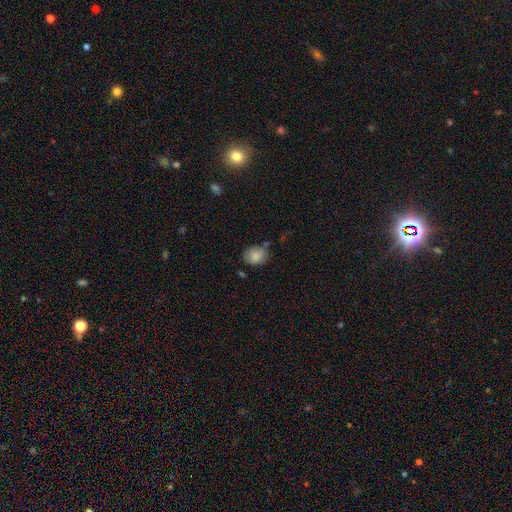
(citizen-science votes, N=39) A smooth galaxy with no disk features (87%) that is round (71%).

Vote fractions:
- Smooth or featured? smooth: 87% / featured or disk: 8% / star or artifact: 5%
- How rounded? round: 71% / in between: 29% / cigar-shaped: 0%
- Merging? none: 68% / minor disturbance: 22% / merger: 11% / major disturbance: 0%